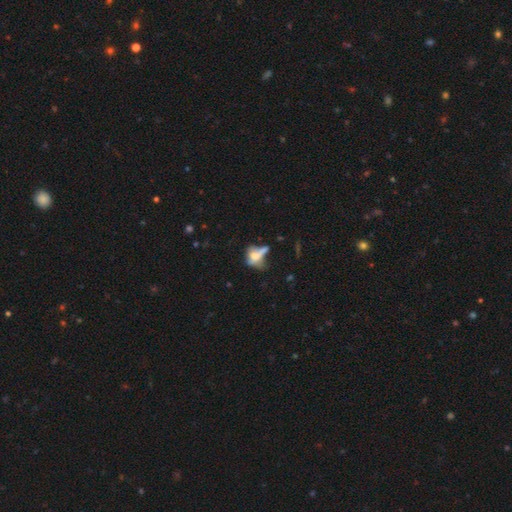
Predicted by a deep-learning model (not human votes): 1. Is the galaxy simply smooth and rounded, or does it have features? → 50% smooth, 36% featured or disk, 14% star or artifact.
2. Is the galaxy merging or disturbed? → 30% merger, 29% none, 24% major disturbance, 17% minor disturbance.